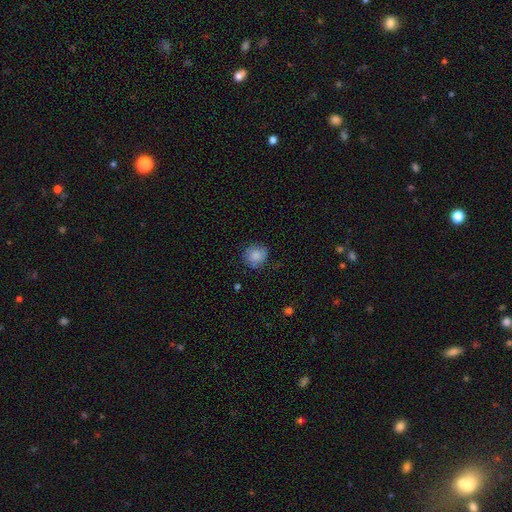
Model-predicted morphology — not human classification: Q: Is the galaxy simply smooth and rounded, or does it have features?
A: smooth — 86%.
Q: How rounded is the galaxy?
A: round — 87%.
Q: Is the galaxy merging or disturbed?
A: none — 80%.